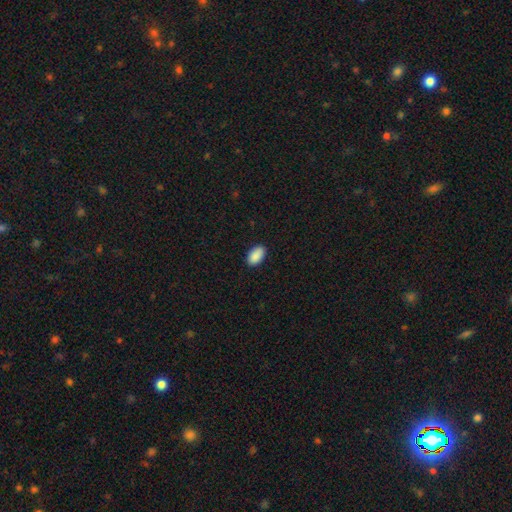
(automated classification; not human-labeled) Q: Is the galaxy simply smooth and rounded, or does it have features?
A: smooth — 90%.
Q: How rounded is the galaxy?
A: in between — 94%.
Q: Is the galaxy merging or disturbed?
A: none — 88%.